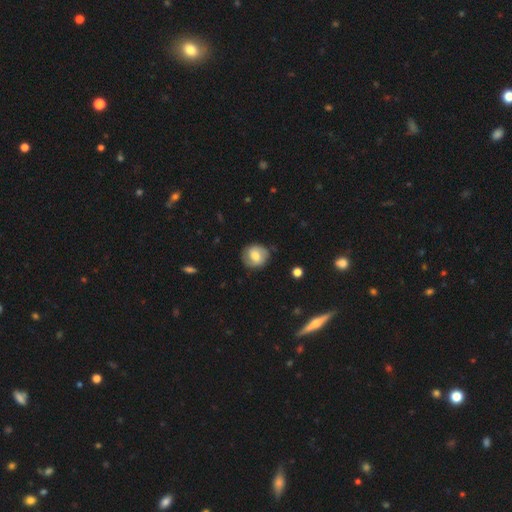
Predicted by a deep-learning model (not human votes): Smooth or featured?
  - smooth: 57% *
  - featured or disk: 36%
  - star or artifact: 7%
How rounded?
  - round: 81% *
  - in between: 18%
  - cigar-shaped: 1%
Merging?
  - none: 79% *
  - minor disturbance: 15%
  - major disturbance: 4%
  - merger: 1%